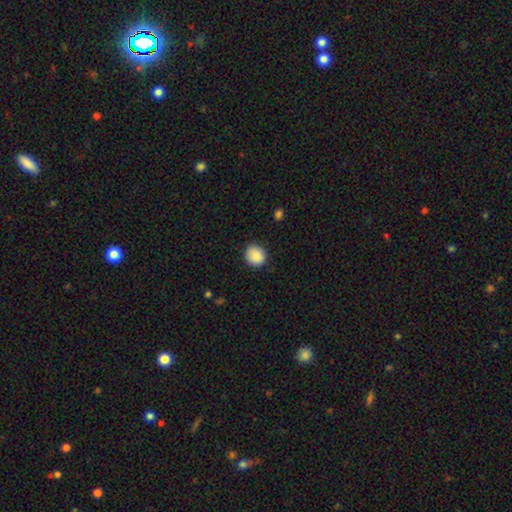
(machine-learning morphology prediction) Smooth or featured? Predicted: smooth (p=0.89). How rounded? Predicted: round (p=0.85). Merging? Predicted: none (p=0.87).